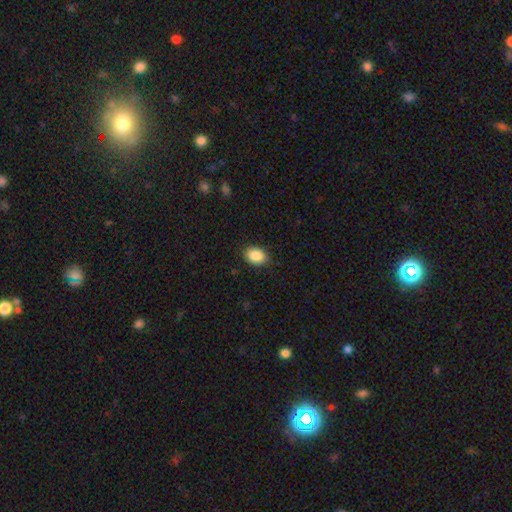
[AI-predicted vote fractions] A smooth galaxy with no disk features (88%) that is in between round and cigar-shaped (74%).

Vote fractions:
- Smooth or featured? smooth: 88% / star or artifact: 8% / featured or disk: 4%
- How rounded? in between: 74% / round: 25% / cigar-shaped: 1%
- Merging? none: 87% / minor disturbance: 10% / major disturbance: 2% / merger: 1%